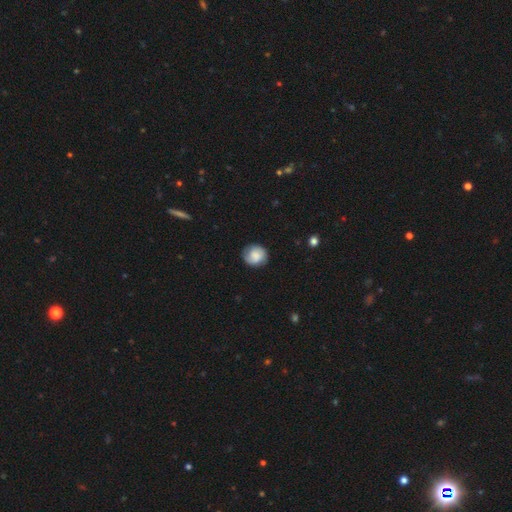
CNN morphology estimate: The model was most divided on "smooth or featured": smooth: 75%, featured or disk: 18%, star or artifact: 8%. More confident: how rounded — round (85%); merging — none (79%).